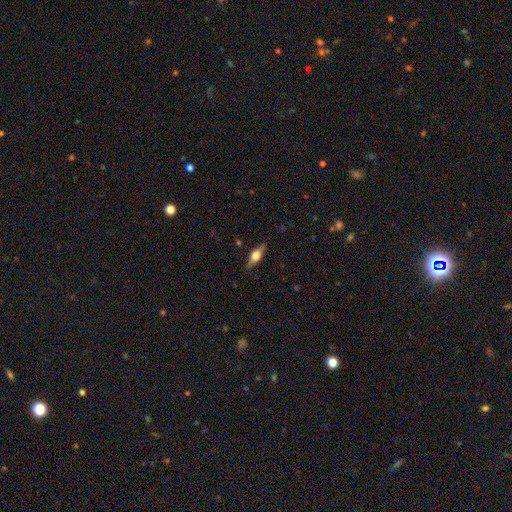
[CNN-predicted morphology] smooth-or-featured: featured or disk: 57% | smooth: 35% | star or artifact: 7%
  disk-edge-on: yes: 94% | no: 6%
    edge-on-bulge: rounded: 92% | boxy: 7% | none: 1%
  merging: none: 84% | minor disturbance: 12% | major disturbance: 3% | merger: 1%